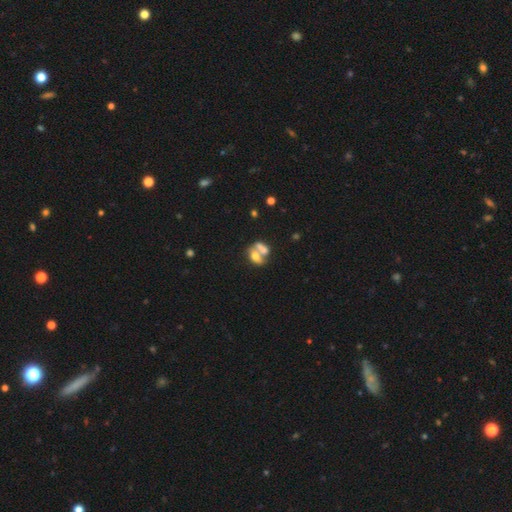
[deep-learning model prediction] Smooth or featured: smooth — 60% (featured or disk — 30%)
How rounded: in between — 75% (round — 19%)
Merging: merger — 67% (none — 20%)